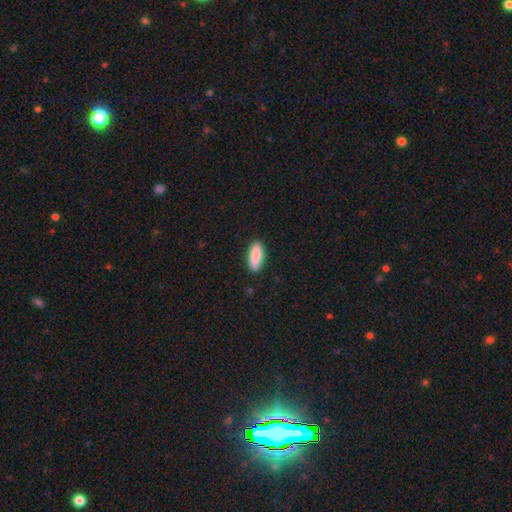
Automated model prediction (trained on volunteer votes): Overall: smooth (85%). How rounded: in between (67%; cigar-shaped 31%). Merging: none (87%).